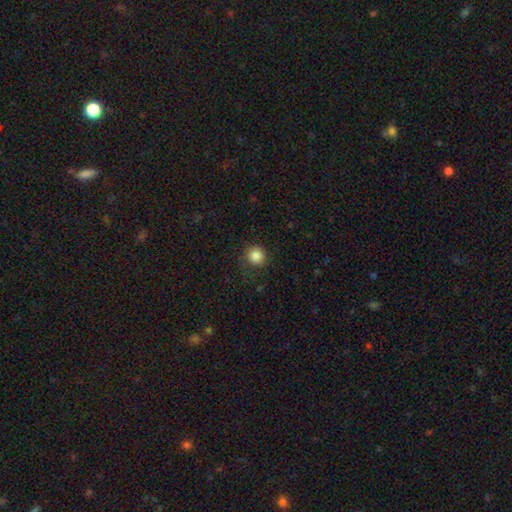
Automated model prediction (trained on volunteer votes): This is clearly a smooth galaxy (86%). How rounded: clearly round (94%). Merging: clearly none (85%).